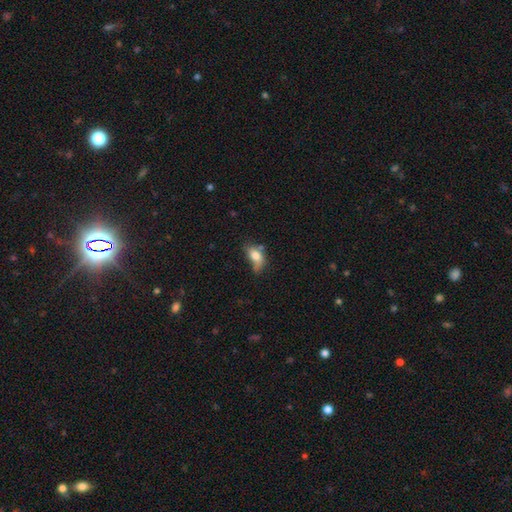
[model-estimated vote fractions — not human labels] A smooth galaxy with no disk features (74%) that is in between round and cigar-shaped (84%). Merging: minor disturbance (35%).